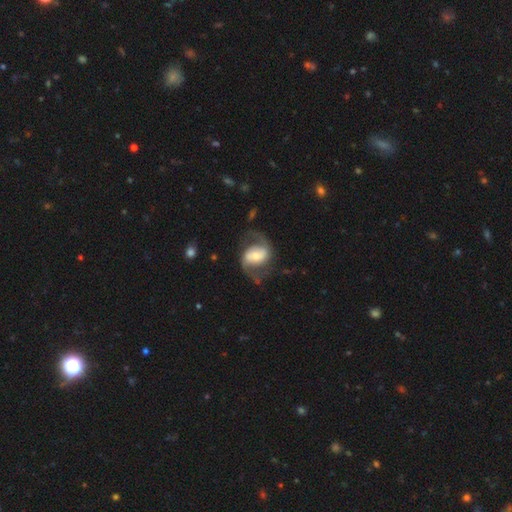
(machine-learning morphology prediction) A featured or disk galaxy (81%) with a weak bar (38%), 2 (91%) medium (45%) spiral arms (93%) and a moderate central bulge (52%).

Vote fractions:
- Smooth or featured? featured or disk: 81% / smooth: 13% / star or artifact: 5%
- Edge-on disk? no: 97% / yes: 3%
- Bar? weak: 38% / no: 33% / strong: 29%
- Spiral arms? yes: 93% / no: 7%
- Spiral winding? medium: 45% / loose: 43% / tight: 12%
- Spiral arm count? 2: 91% / can't tell: 3% / 1: 3% / 3: 1% / 4: 1% / more than 4: 1%
- Bulge size? moderate: 52% / small: 34% / large: 10% / dominant: 2% / none: 2%
- Merging? none: 68% / minor disturbance: 16% / major disturbance: 14% / merger: 2%